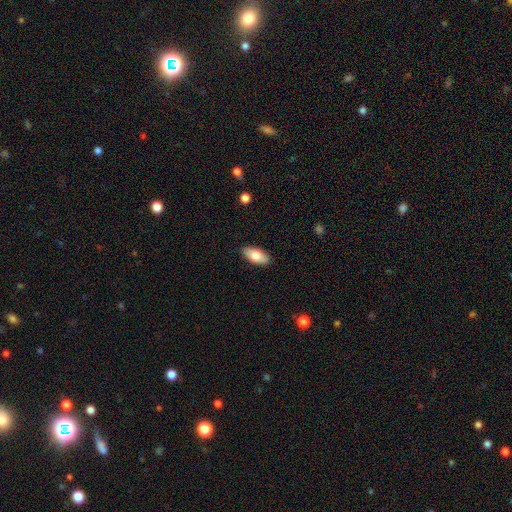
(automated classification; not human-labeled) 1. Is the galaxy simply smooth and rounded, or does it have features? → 79% smooth, 15% featured or disk, 6% star or artifact.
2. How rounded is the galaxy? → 91% in between, 7% cigar-shaped, 3% round.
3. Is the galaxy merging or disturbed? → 88% none, 9% minor disturbance, 2% major disturbance, 1% merger.